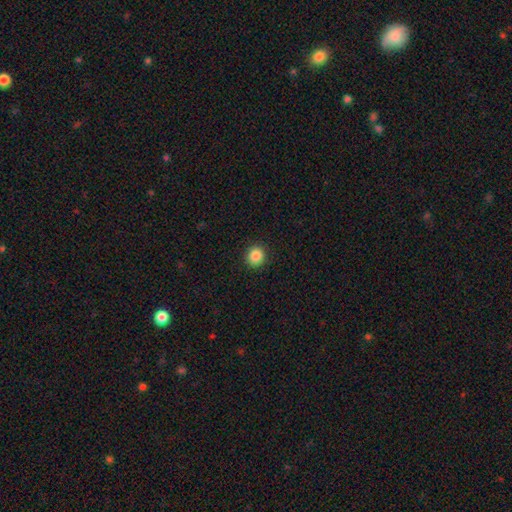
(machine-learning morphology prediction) smooth-or-featured: smooth: 87% | star or artifact: 10% | featured or disk: 3%
  how-rounded: round: 89% | in between: 10% | cigar-shaped: 1%
  merging: none: 91% | minor disturbance: 6% | major disturbance: 2% | merger: 1%